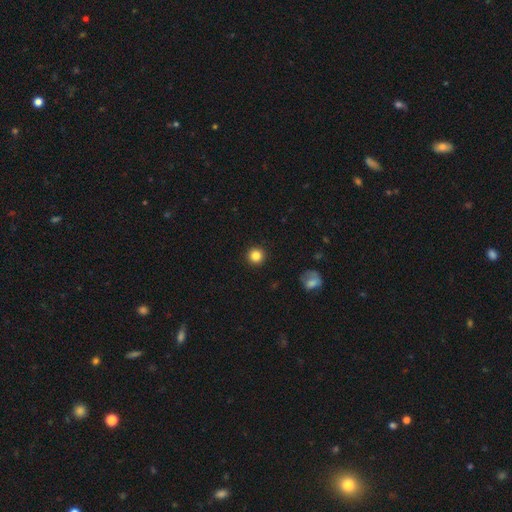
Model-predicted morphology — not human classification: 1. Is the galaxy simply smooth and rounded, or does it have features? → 84% smooth, 11% star or artifact, 4% featured or disk.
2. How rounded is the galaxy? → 96% round, 3% in between, 1% cigar-shaped.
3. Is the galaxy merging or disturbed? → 93% none, 4% minor disturbance, 2% major disturbance, 1% merger.